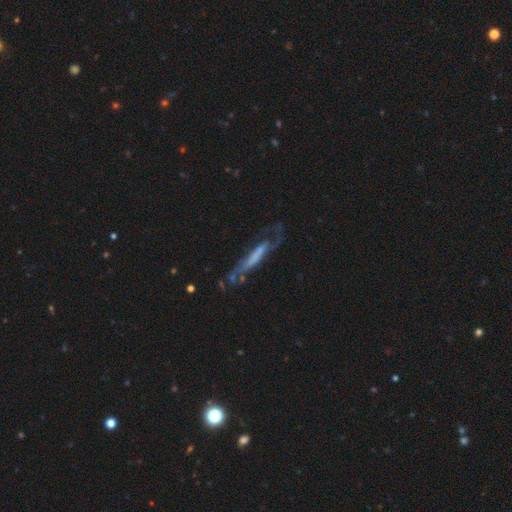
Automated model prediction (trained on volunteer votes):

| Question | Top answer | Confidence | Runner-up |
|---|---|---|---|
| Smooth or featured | featured or disk | 61% | smooth (31%) |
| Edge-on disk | yes | 55% | no (45%) |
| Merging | none | 42% | major disturbance (27%) |